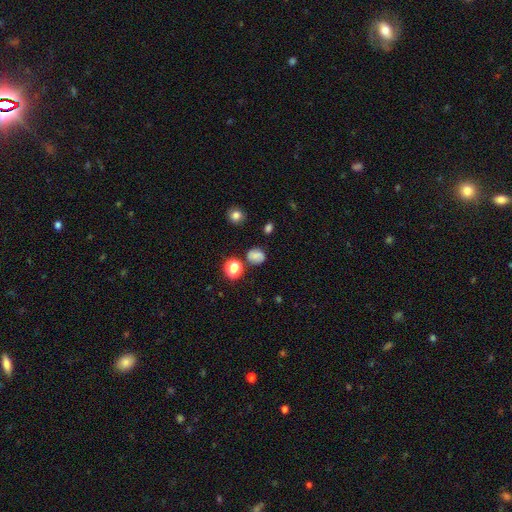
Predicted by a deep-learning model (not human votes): A smooth galaxy with no disk features (71%) that is round (61%). Merging: none (72%).